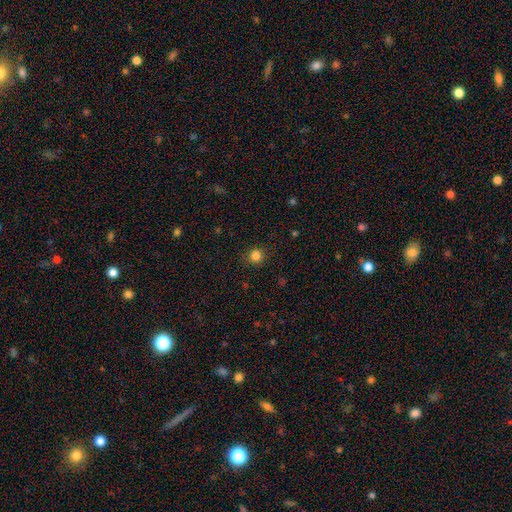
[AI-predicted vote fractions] Morphology: type=smooth (83%); roundness=round (87%); merging=none (87%).